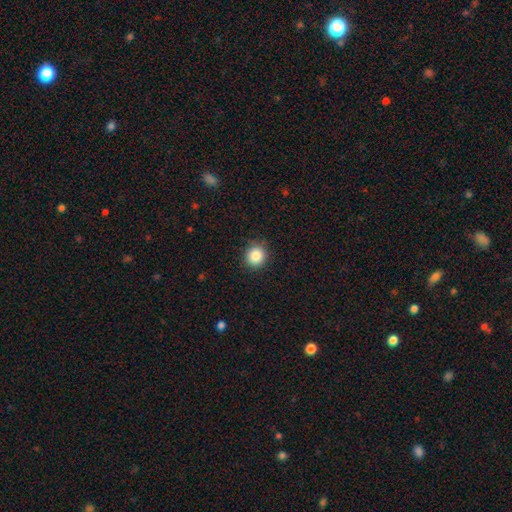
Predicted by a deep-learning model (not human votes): smooth-or-featured: smooth: 86% | star or artifact: 10% | featured or disk: 4%
  how-rounded: round: 89% | in between: 10% | cigar-shaped: 1%
  merging: none: 88% | minor disturbance: 9% | major disturbance: 2% | merger: 1%